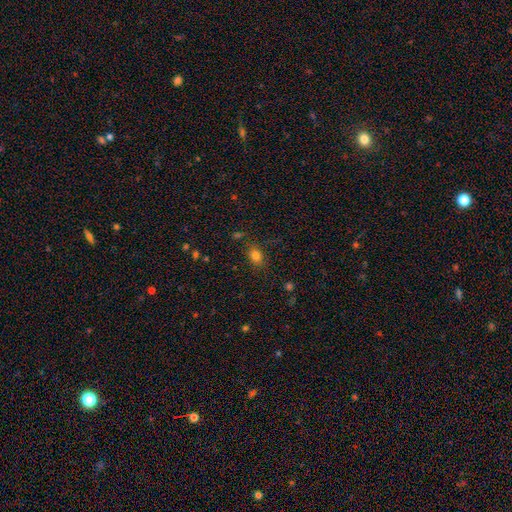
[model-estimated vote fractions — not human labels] Smooth or featured? Predicted: smooth (p=0.79). How rounded? Predicted: in between (p=0.63). Merging? Predicted: none (p=0.79).